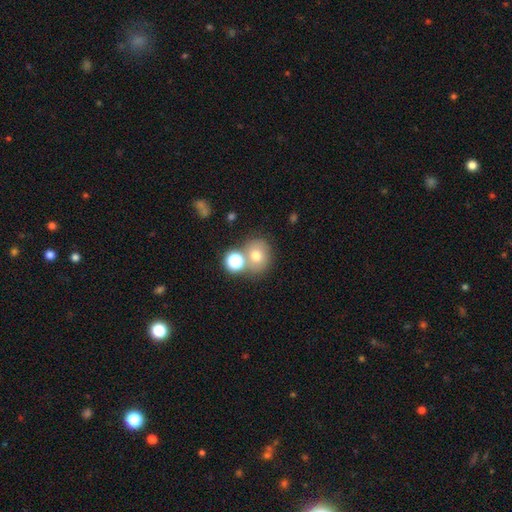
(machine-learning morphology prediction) A smooth galaxy with no disk features (70%) that is round (70%). Merging: none (56%).